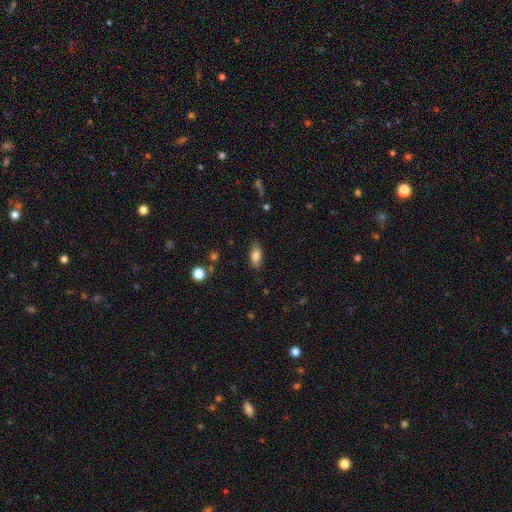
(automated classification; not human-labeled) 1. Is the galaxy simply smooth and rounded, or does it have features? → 83% smooth, 9% featured or disk, 8% star or artifact.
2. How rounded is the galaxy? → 87% in between, 10% cigar-shaped, 4% round.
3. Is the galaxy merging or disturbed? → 80% none, 15% minor disturbance, 3% major disturbance, 1% merger.